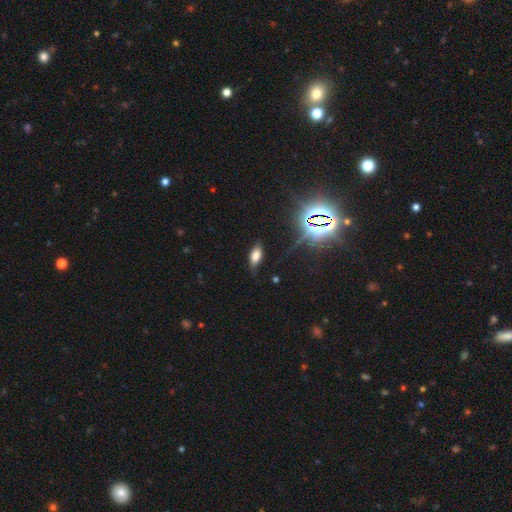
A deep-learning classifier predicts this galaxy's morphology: smooth 69%, star or artifact 17%, featured or disk 14%. Down the decision tree: how rounded — in between (85%); merging — none (74%).